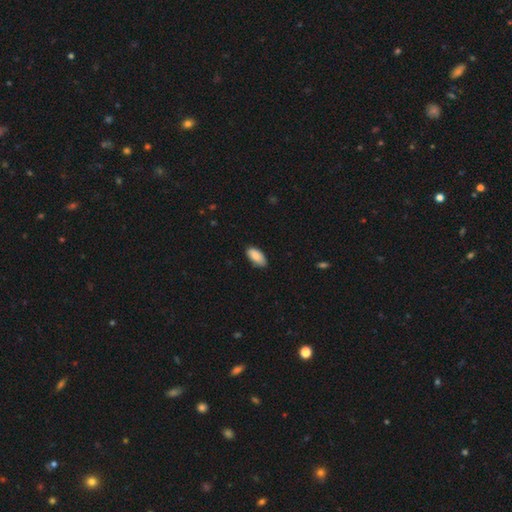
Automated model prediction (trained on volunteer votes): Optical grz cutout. It shows a smooth galaxy with no disk features (86%) that is in between round and cigar-shaped (92%). Merging: none (80%).